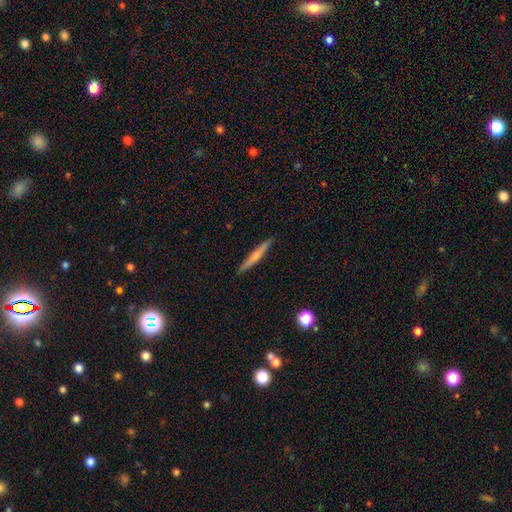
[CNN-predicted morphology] This is likely a smooth galaxy (62%). How rounded: clearly cigar-shaped (95%). Merging: clearly none (90%).